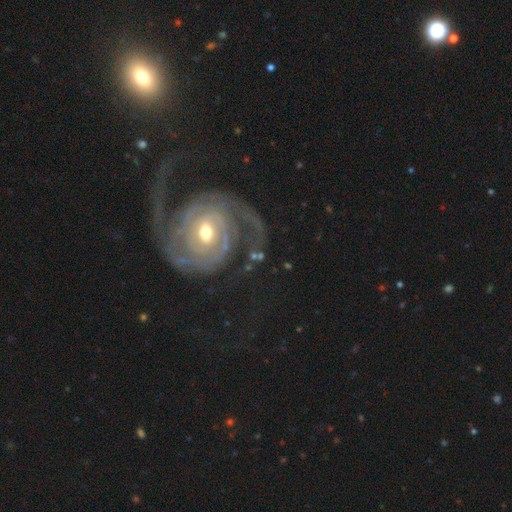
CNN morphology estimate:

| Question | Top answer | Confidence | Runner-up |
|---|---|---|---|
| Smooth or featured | featured or disk | 78% | smooth (14%) |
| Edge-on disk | no | 97% | yes (3%) |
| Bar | no | 48% | weak (36%) |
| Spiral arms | yes | 87% | no (13%) |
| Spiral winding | tight | 57% | medium (29%) |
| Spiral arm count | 2 | 41% | can't tell (26%) |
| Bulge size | moderate | 66% | small (28%) |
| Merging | none | 58% | major disturbance (19%) |